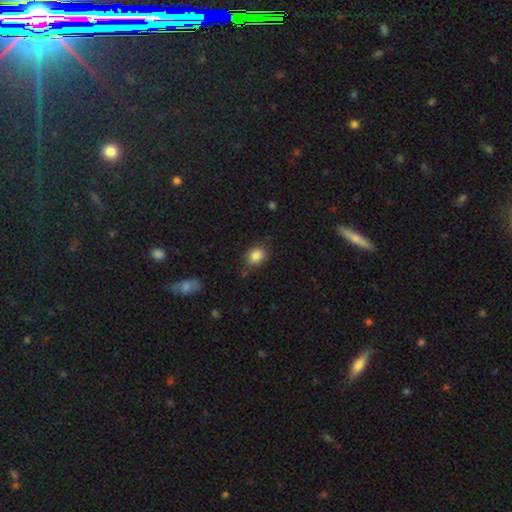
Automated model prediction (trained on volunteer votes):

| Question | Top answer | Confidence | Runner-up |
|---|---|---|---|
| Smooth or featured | smooth | 85% | star or artifact (9%) |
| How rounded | round | 51% | in between (47%) |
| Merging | none | 78% | minor disturbance (16%) |